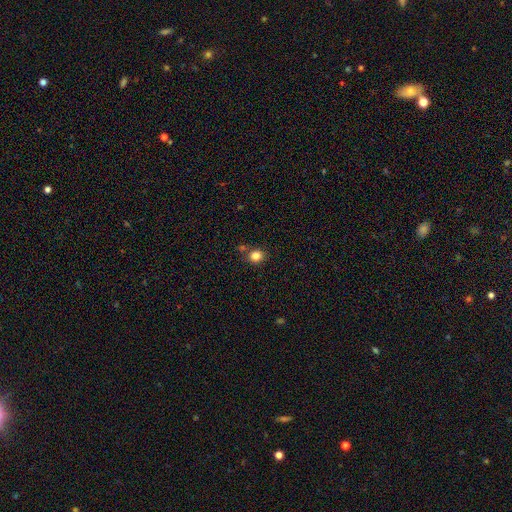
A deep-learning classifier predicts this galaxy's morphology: Smooth or featured: smooth — 83% (star or artifact — 12%)
How rounded: round — 79% (in between — 20%)
Merging: none — 78% (minor disturbance — 10%)